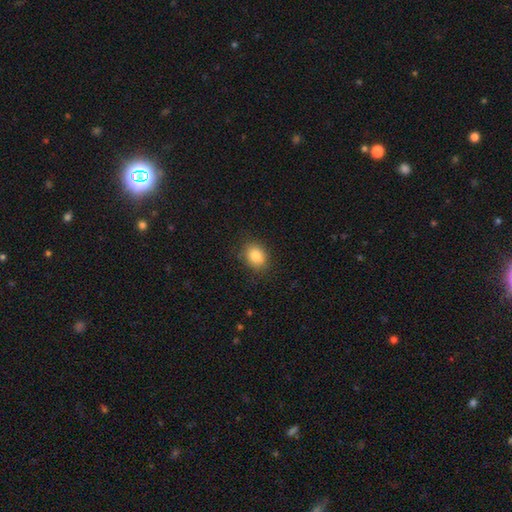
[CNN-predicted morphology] The model was most divided on "how rounded": in between: 54%, round: 45%, cigar-shaped: 1%. More confident: smooth or featured — smooth (84%); merging — none (83%).